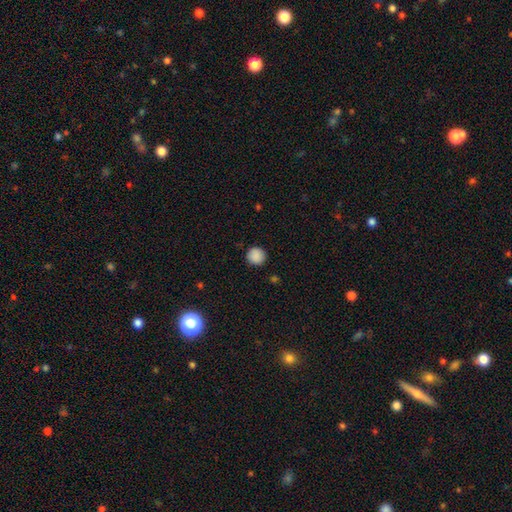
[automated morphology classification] smooth-or-featured: smooth: 88% | star or artifact: 9% | featured or disk: 3%
  how-rounded: round: 93% | in between: 6% | cigar-shaped: 1%
  merging: none: 90% | minor disturbance: 7% | major disturbance: 2% | merger: 1%